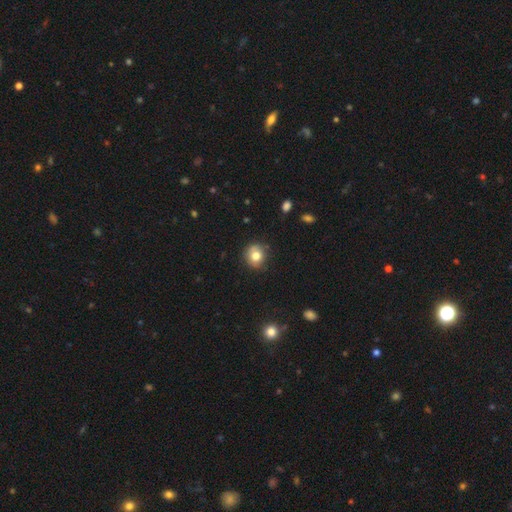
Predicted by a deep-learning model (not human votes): Smooth or featured: smooth — 78% (featured or disk — 11%)
How rounded: round — 81% (in between — 18%)
Merging: none — 79% (minor disturbance — 16%)